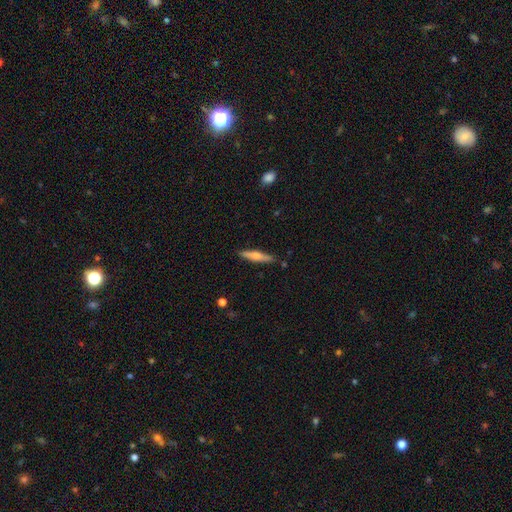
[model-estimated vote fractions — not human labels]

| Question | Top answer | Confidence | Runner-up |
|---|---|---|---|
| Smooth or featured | smooth | 53% | featured or disk (41%) |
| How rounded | cigar-shaped | 87% | in between (11%) |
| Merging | none | 86% | minor disturbance (10%) |